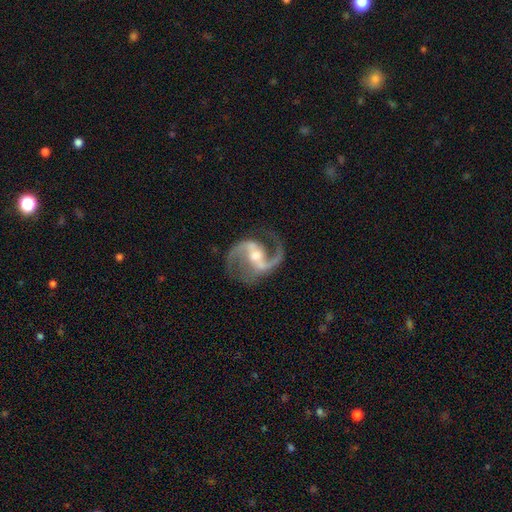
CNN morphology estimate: This is clearly a featured or disk galaxy (93%). It is clearly not viewed edge-on (98%). Bar: marginally weak (43%). Spiral arm pattern: clearly yes (98%). Spiral arm count: clearly 2 (93%). Spiral winding: possibly medium (59%). Central bulge: likely moderate (60%). Merging: likely none (77%).